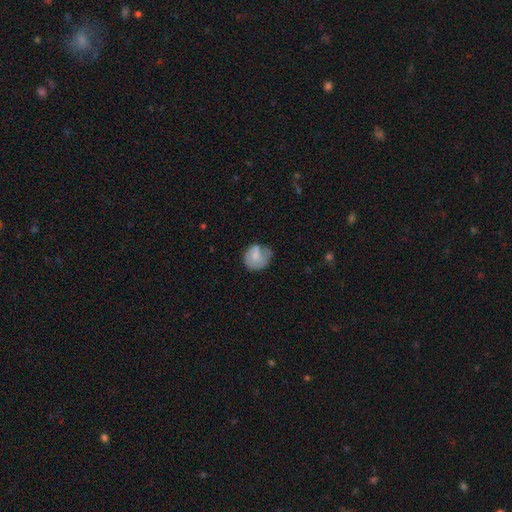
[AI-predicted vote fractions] This is likely a smooth galaxy (65%). How rounded: likely round (63%). Merging: possibly none (46%).